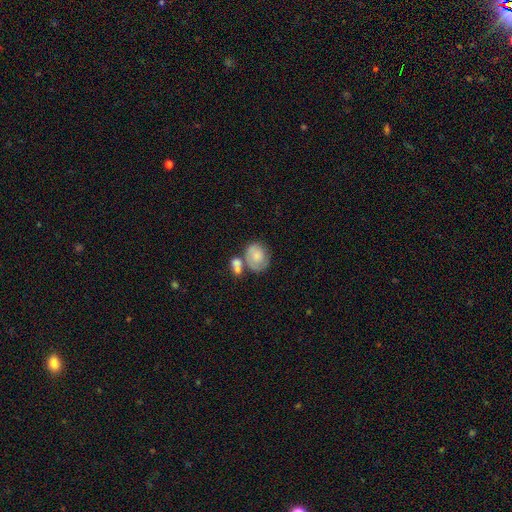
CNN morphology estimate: A smooth galaxy with no disk features (65%) that is in between round and cigar-shaped (50%).

Vote fractions:
- Smooth or featured? smooth: 65% / featured or disk: 28% / star or artifact: 7%
- How rounded? in between: 50% / round: 49% / cigar-shaped: 1%
- Merging? none: 38% / merger: 33% / minor disturbance: 19% / major disturbance: 10%